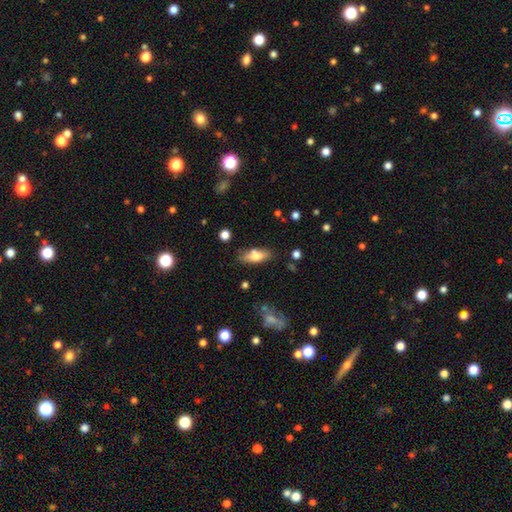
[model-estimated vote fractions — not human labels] Smooth or featured?
  - smooth: 68% *
  - featured or disk: 24%
  - star or artifact: 8%
How rounded?
  - in between: 70% *
  - cigar-shaped: 27%
  - round: 3%
Merging?
  - none: 70% *
  - minor disturbance: 19%
  - merger: 6%
  - major disturbance: 5%